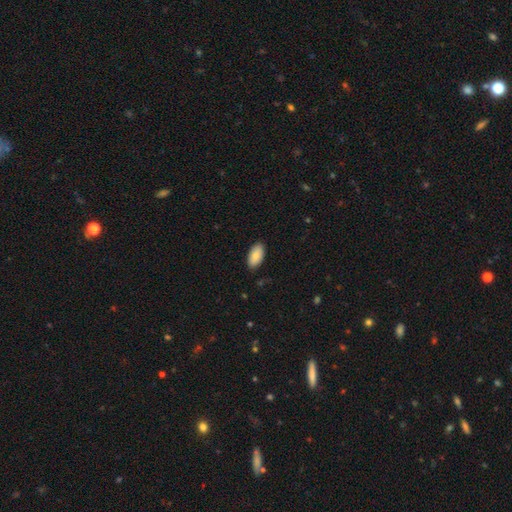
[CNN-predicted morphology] Overall: smooth (84%). How rounded: in between (95%). Merging: none (87%).